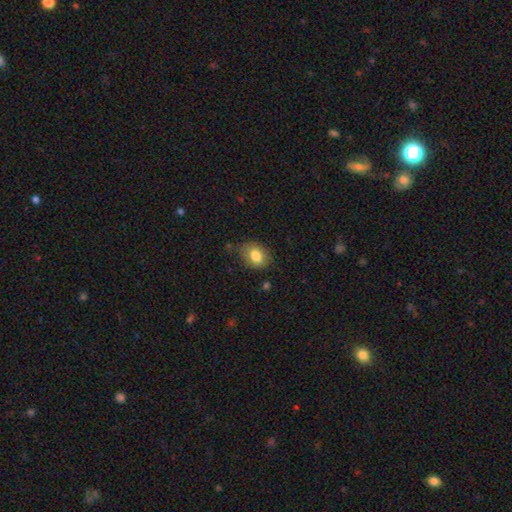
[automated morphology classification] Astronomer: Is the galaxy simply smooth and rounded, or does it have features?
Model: smooth — 81%.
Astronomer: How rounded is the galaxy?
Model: in between — 60% (runner-up: round, 39%).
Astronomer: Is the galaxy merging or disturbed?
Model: none — 73%.